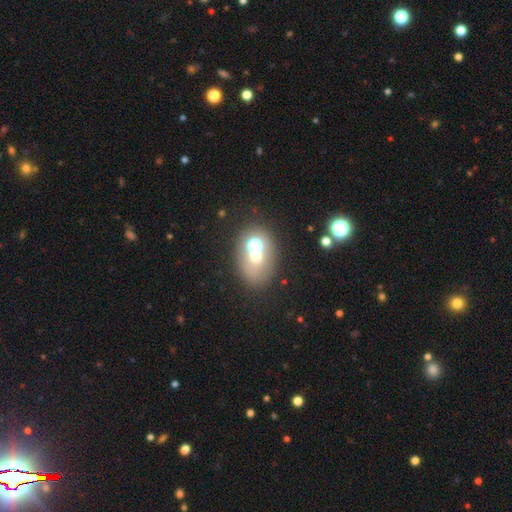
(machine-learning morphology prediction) Smooth or featured? Predicted: smooth (p=0.55). How rounded? Predicted: in between (p=0.51). Merging? Predicted: none (p=0.52).